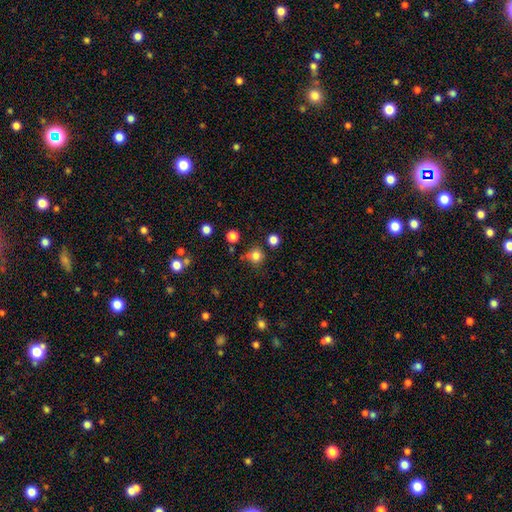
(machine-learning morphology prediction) This is likely a smooth galaxy (79%). How rounded: clearly round (90%). Merging: likely none (71%).